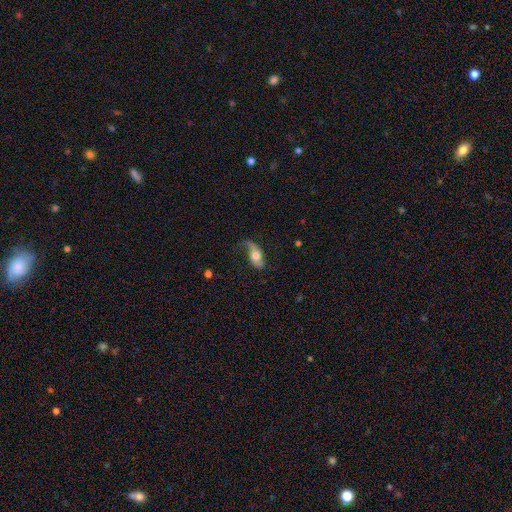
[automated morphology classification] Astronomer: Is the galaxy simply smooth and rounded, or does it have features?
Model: featured or disk — 66%.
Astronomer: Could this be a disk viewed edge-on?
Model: no — 88%.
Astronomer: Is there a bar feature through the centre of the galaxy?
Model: no — 66%.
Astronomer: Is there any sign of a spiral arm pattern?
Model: yes — 88%.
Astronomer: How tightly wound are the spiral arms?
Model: loose — 79%.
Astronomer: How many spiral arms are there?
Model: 2 — 68%.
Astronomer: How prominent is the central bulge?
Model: moderate — 63%.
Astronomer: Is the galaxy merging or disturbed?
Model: none — 49% (runner-up: minor disturbance, 25%).